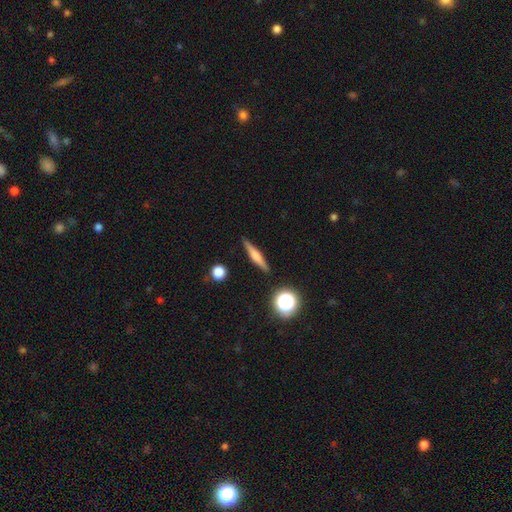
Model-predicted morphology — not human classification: smooth-or-featured: featured or disk: 50% | smooth: 42% | star or artifact: 9%
  merging: none: 89% | minor disturbance: 7% | major disturbance: 2% | merger: 2%